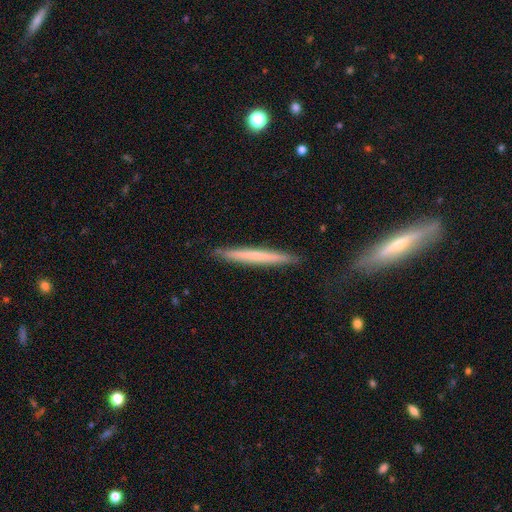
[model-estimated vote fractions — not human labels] Q: Smooth or featured?
A: smooth (56%); runner-up: featured or disk (38%)
Q: How rounded?
A: cigar-shaped (97%); runner-up: in between (2%)
Q: Merging?
A: none (87%); runner-up: minor disturbance (10%)